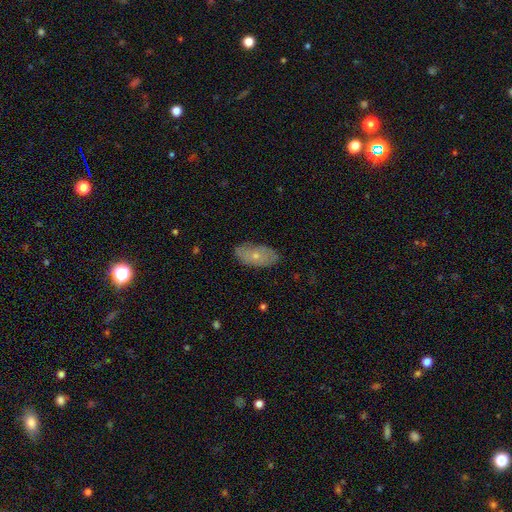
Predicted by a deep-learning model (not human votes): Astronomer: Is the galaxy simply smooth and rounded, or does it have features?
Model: smooth — 56% (runner-up: featured or disk, 37%).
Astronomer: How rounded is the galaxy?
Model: in between — 91%.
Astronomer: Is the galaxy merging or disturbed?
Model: none — 77%.